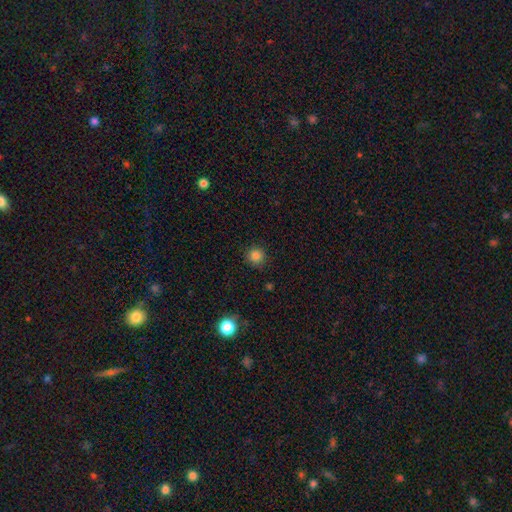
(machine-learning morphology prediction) Smooth or featured?
  - smooth: 83% *
  - star or artifact: 13%
  - featured or disk: 4%
How rounded?
  - round: 94% *
  - in between: 5%
  - cigar-shaped: 1%
Merging?
  - none: 89% *
  - minor disturbance: 8%
  - major disturbance: 2%
  - merger: 1%